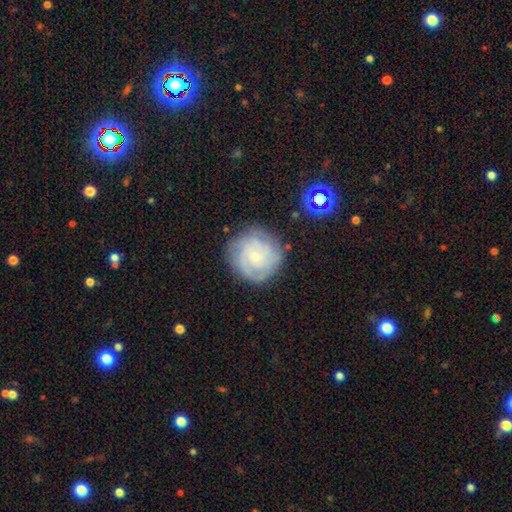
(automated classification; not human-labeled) smooth-or-featured: featured or disk: 63% | smooth: 29% | star or artifact: 8%
  disk-edge-on: no: 98% | yes: 2%
    bar: no: 78% | weak: 19% | strong: 3%
    has-spiral-arms: yes: 85% | no: 15%
      spiral-winding: tight: 69% | medium: 24% | loose: 7%
      spiral-arm-count: can't tell: 45% | 3: 18% | 2: 14% | 4: 11% | more than 4: 6% | 1: 6%
    bulge-size: small: 79% | moderate: 14% | none: 4% | large: 1% | dominant: 1%
  merging: none: 78% | minor disturbance: 15% | major disturbance: 5% | merger: 2%